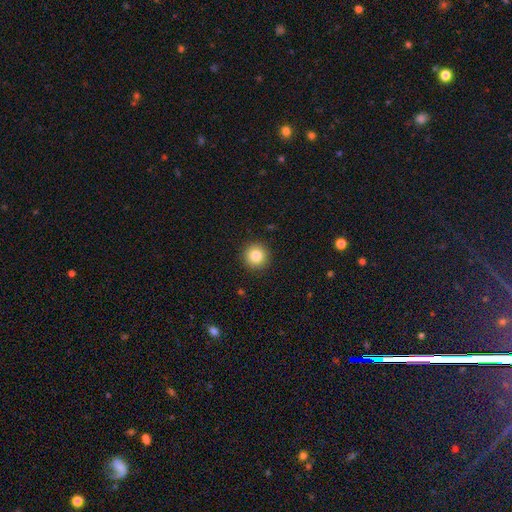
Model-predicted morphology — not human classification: smooth_or_featured: smooth (p=0.83) [alt: star or artifact p=0.10]
how_rounded: round (p=0.95) [alt: in between p=0.04]
merging: none (p=0.92) [alt: minor disturbance p=0.05]